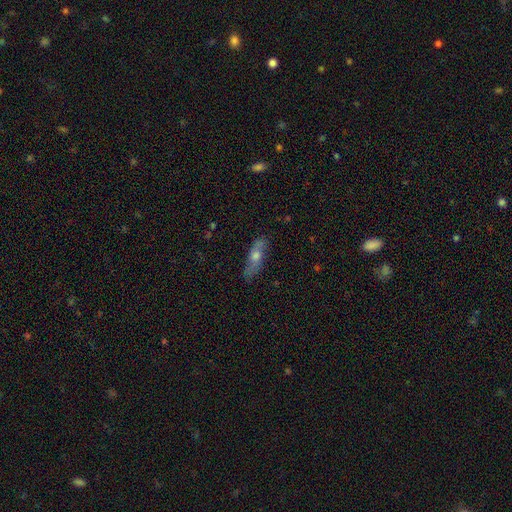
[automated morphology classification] A featured or disk galaxy (46%, tied with smooth).

Vote fractions:
- Smooth or featured? featured or disk: 46% (tied) / smooth: 46% (tied) / star or artifact: 8%
- Merging? none: 78% / minor disturbance: 17% / major disturbance: 4% / merger: 2%